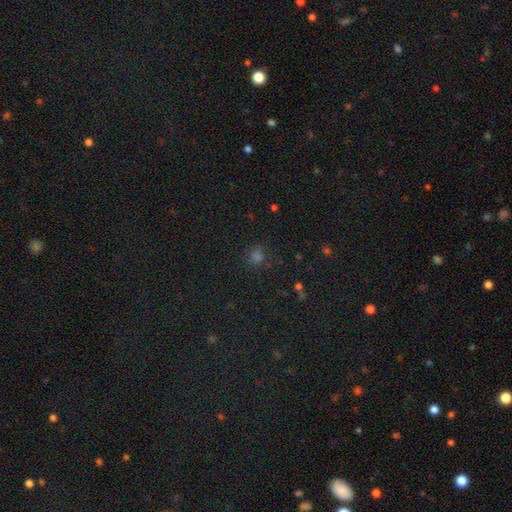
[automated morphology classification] type=smooth (58%); roundness=round (81%); merging=none (81%).